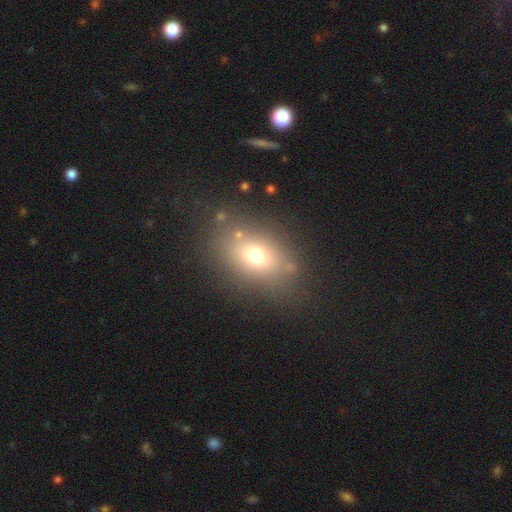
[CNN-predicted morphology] Smooth or featured? Predicted: smooth (p=0.69). How rounded? Predicted: in between (p=0.72). Merging? Predicted: none (p=0.77).